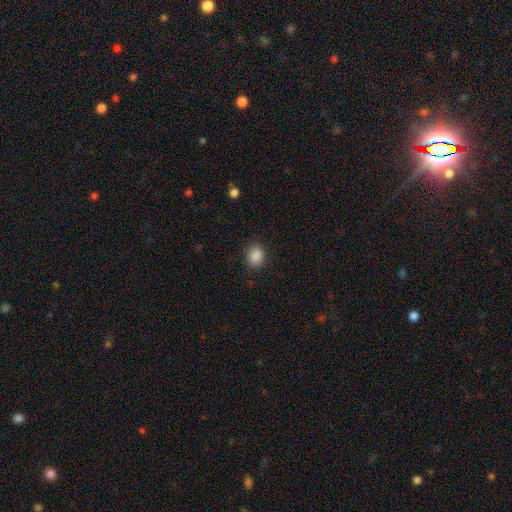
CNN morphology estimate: A smooth galaxy with no disk features (87%) that is in between round and cigar-shaped (52%).

Vote fractions:
- Smooth or featured? smooth: 87% / star or artifact: 9% / featured or disk: 3%
- How rounded? in between: 52% / round: 47% / cigar-shaped: 1%
- Merging? none: 85% / minor disturbance: 10% / major disturbance: 3% / merger: 1%